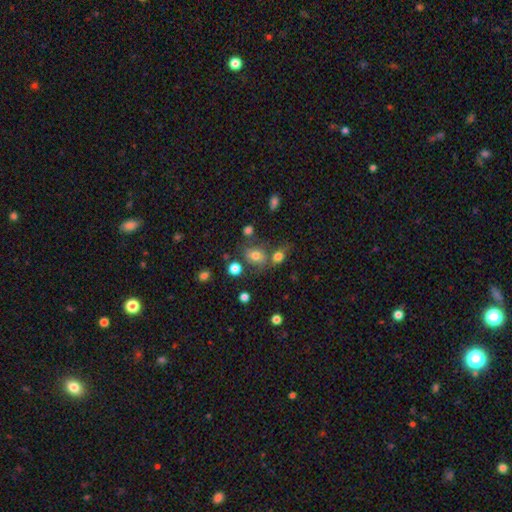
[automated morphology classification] This is likely a smooth galaxy (72%). How rounded: possibly round (55%). Merging: possibly none (58%).